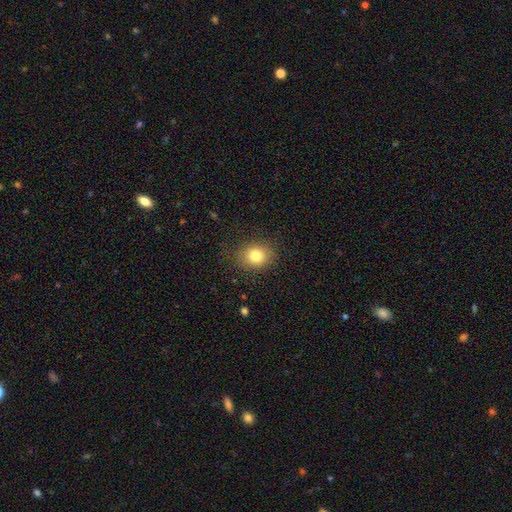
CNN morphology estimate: The model was most divided on "how rounded": round: 59%, in between: 40%, cigar-shaped: 1%. More confident: merging — none (84%); smooth or featured — smooth (80%).